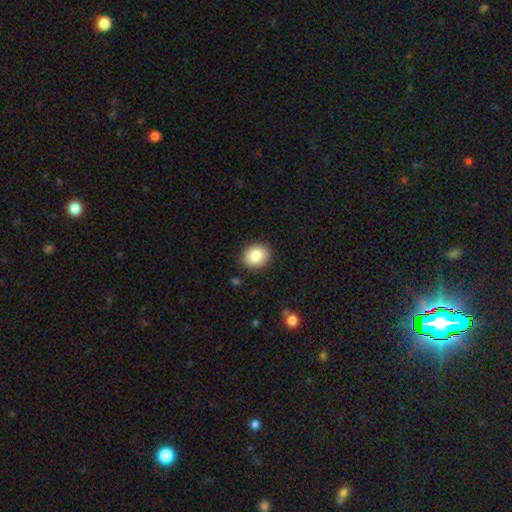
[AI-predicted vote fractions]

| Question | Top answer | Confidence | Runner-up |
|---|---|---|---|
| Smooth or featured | smooth | 85% | star or artifact (8%) |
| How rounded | in between | 52% | round (48%) |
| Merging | none | 89% | minor disturbance (8%) |